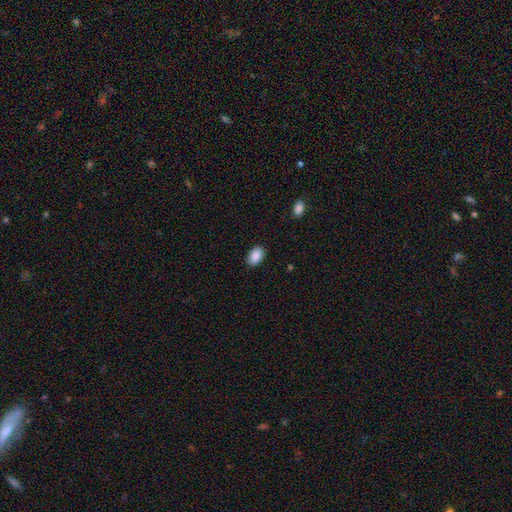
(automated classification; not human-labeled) A smooth galaxy with no disk features (90%) that is in between round and cigar-shaped (89%).

Vote fractions:
- Smooth or featured? smooth: 90% / star or artifact: 7% / featured or disk: 3%
- How rounded? in between: 89% / round: 10% / cigar-shaped: 1%
- Merging? none: 87% / minor disturbance: 9% / major disturbance: 2% / merger: 1%